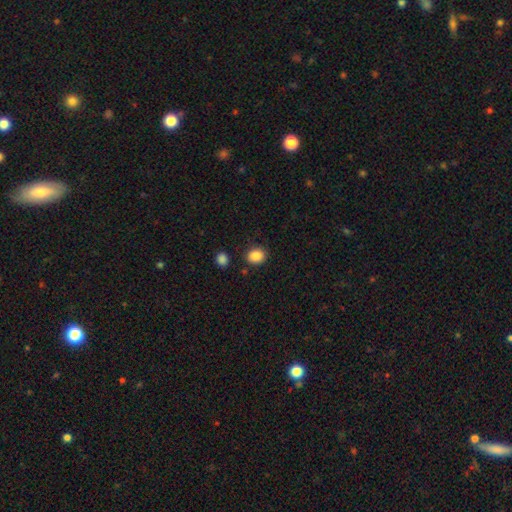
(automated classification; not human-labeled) The model was most divided on "how rounded": round: 58%, in between: 42%, cigar-shaped: 1%. More confident: smooth or featured — smooth (88%); merging — none (83%).